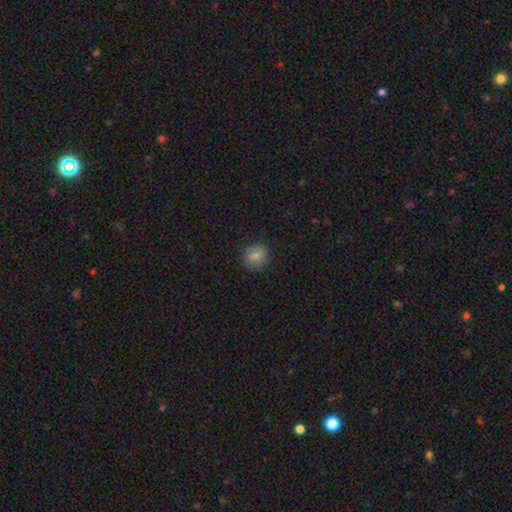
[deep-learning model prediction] The model was most divided on "how rounded": round: 73%, in between: 26%, cigar-shaped: 1%. More confident: merging — none (85%); smooth or featured — smooth (82%).